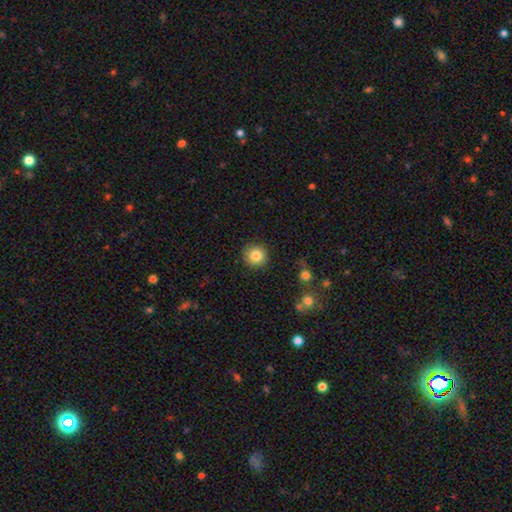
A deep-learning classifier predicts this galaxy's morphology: Smooth or featured? Predicted: smooth (p=0.83). How rounded? Predicted: round (p=0.93). Merging? Predicted: none (p=0.90).